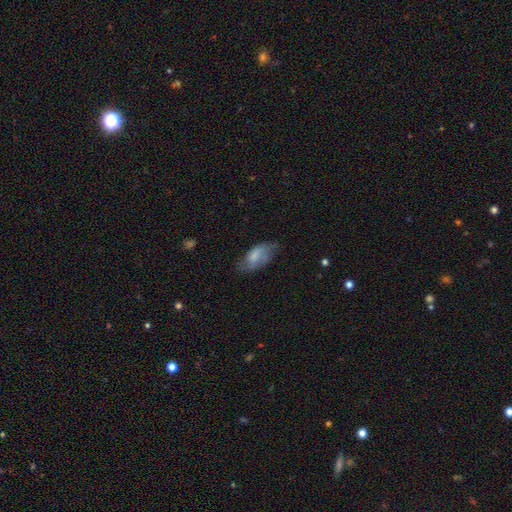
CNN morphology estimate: Smooth or featured? Predicted: smooth (p=0.63). How rounded? Predicted: in between (p=0.91). Merging? Predicted: none (p=0.55).